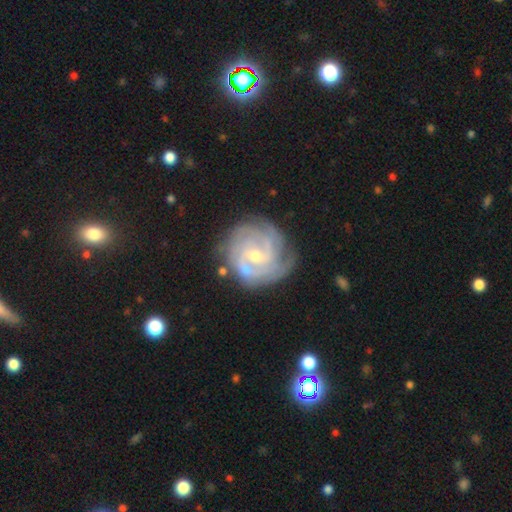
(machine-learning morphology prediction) featured or disk 87%, smooth 8%, star or artifact 5%. Down the decision tree: edge-on disk — no (98%); bar — weak (45%); spiral arms — yes (96%); spiral arm count — 3 (31%); spiral winding — tight (65%); bulge size — moderate (50%); merging — none (72%).